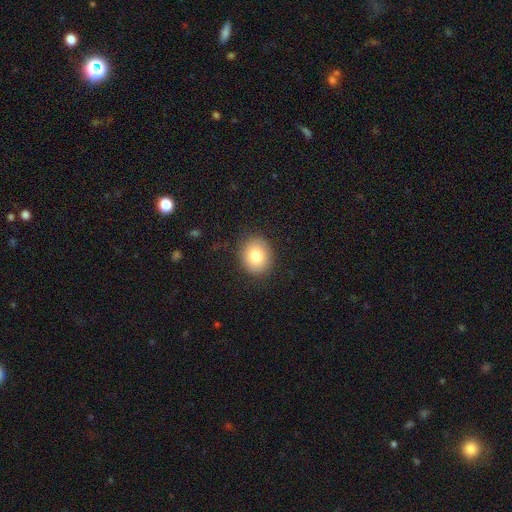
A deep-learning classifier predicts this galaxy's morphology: Smooth or featured? smooth (79%)
How rounded? round (65%)
Merging? none (87%)